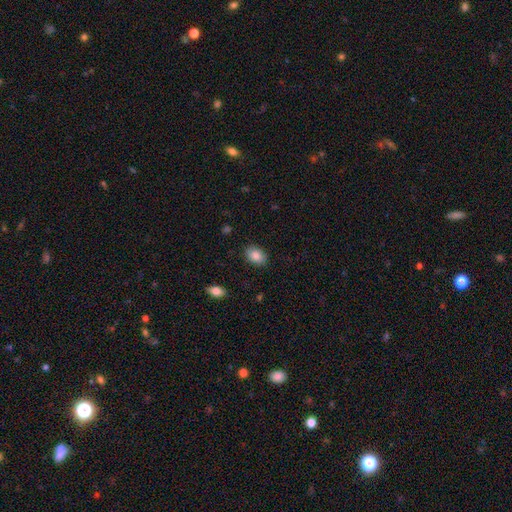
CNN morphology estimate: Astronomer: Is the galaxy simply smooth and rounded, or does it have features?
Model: smooth — 86%.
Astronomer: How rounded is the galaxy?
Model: in between — 80%.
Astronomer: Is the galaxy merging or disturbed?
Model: none — 87%.